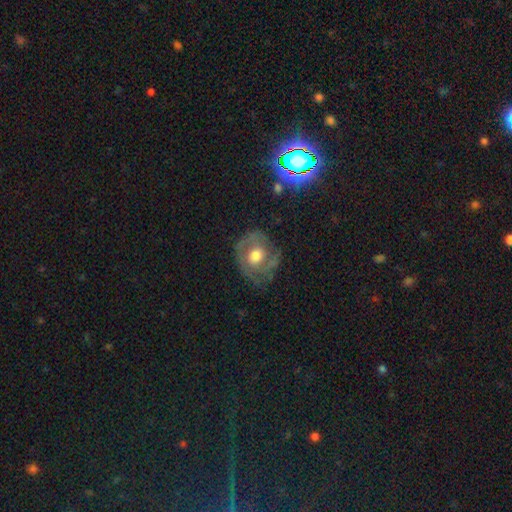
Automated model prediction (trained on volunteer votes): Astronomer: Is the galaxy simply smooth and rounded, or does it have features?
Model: featured or disk — 64%.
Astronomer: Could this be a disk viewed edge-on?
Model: no — 97%.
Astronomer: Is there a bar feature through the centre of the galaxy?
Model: no — 76%.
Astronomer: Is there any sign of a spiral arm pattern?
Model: yes — 67%.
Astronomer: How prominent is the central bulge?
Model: moderate — 66%.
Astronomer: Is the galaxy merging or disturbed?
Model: none — 64%.